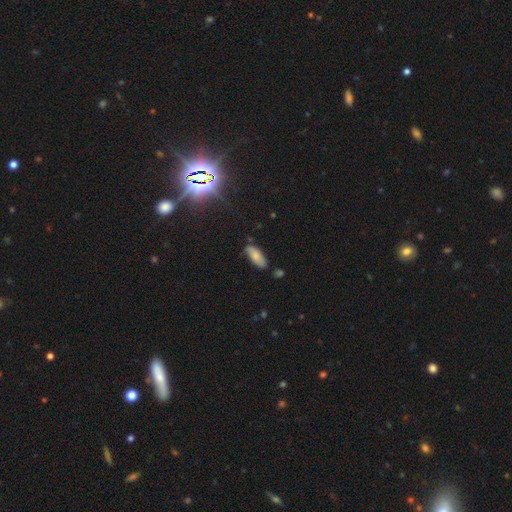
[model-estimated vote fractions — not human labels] smooth_or_featured: smooth (p=0.72) [alt: featured or disk p=0.19]
how_rounded: in between (p=0.78) [alt: cigar-shaped p=0.20]
merging: none (p=0.70) [alt: minor disturbance p=0.23]